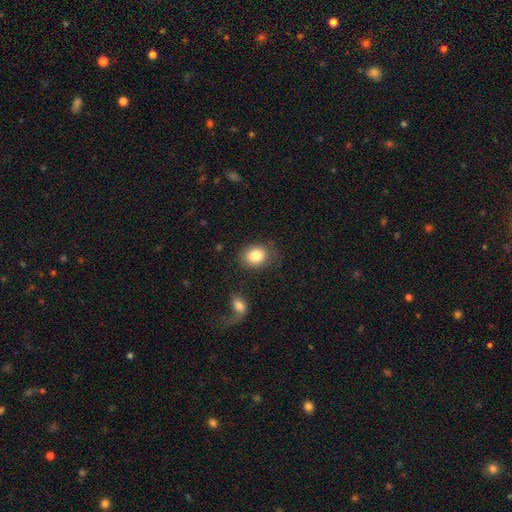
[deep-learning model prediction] A smooth galaxy with no disk features (84%) that is round (56%). Merging: none (75%).